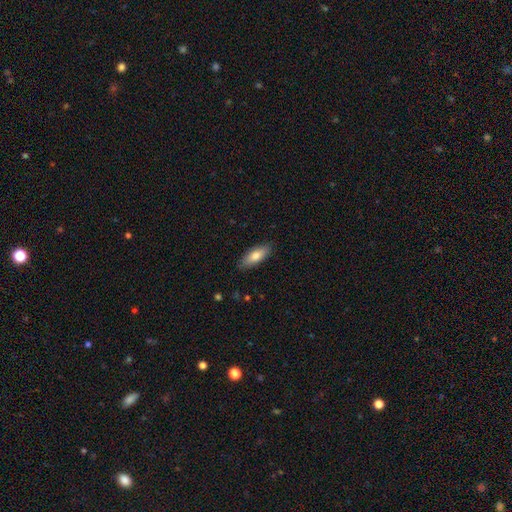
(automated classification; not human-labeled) Smooth or featured? smooth (77%)
How rounded? in between (72%)
Merging? none (86%)